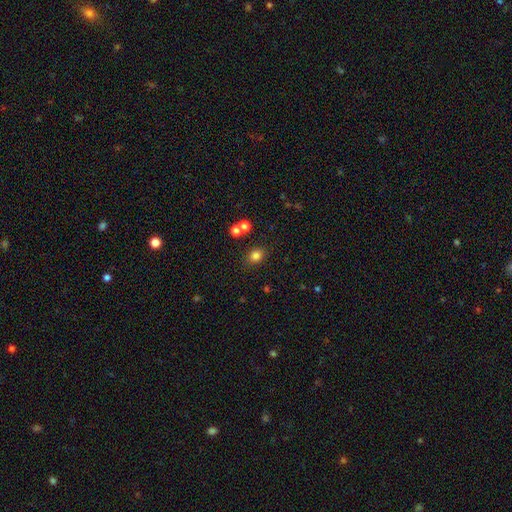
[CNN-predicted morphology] smooth 80%, star or artifact 14%, featured or disk 6%. Down the decision tree: how rounded — in between (51%); merging — none (81%).